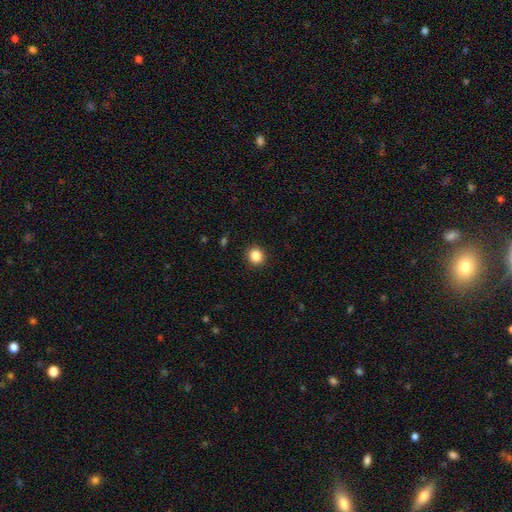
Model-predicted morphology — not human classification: Overall: smooth (86%). How rounded: round (88%). Merging: none (92%).